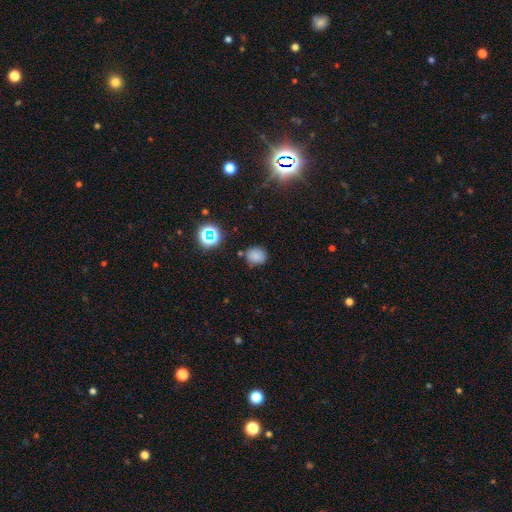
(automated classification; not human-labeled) Smooth or featured? Predicted: smooth (p=0.77). How rounded? Predicted: round (p=0.73). Merging? Predicted: none (p=0.77).